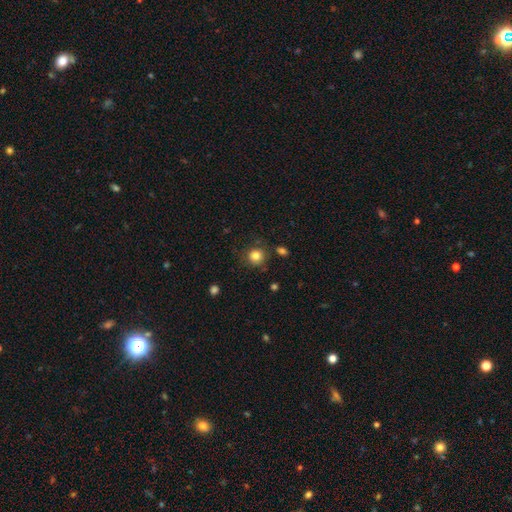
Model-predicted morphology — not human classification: This is clearly a smooth galaxy (83%). How rounded: clearly round (89%). Merging: clearly none (81%).